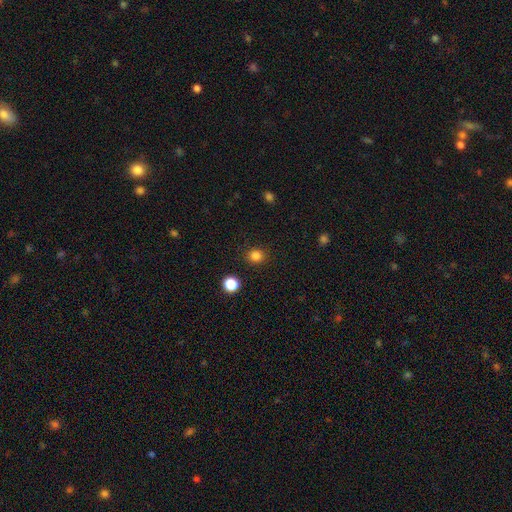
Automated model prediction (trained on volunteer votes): Smooth or featured?
  - smooth: 83% *
  - star or artifact: 14%
  - featured or disk: 4%
How rounded?
  - round: 86% *
  - in between: 13%
  - cigar-shaped: 1%
Merging?
  - none: 89% *
  - minor disturbance: 7%
  - major disturbance: 2%
  - merger: 2%